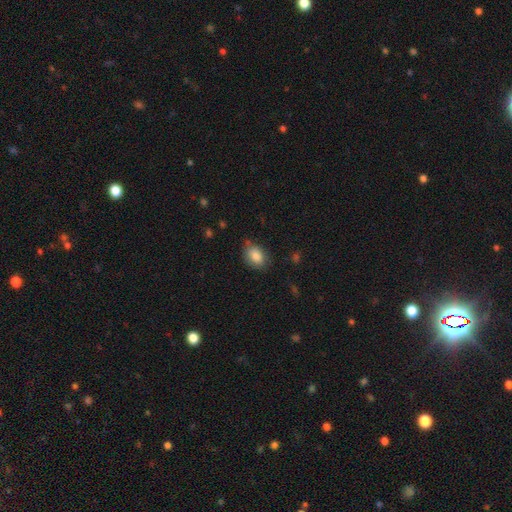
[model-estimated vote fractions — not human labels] Q: Smooth or featured?
A: smooth (85%); runner-up: star or artifact (8%)
Q: How rounded?
A: in between (79%); runner-up: round (19%)
Q: Merging?
A: none (68%); runner-up: minor disturbance (24%)